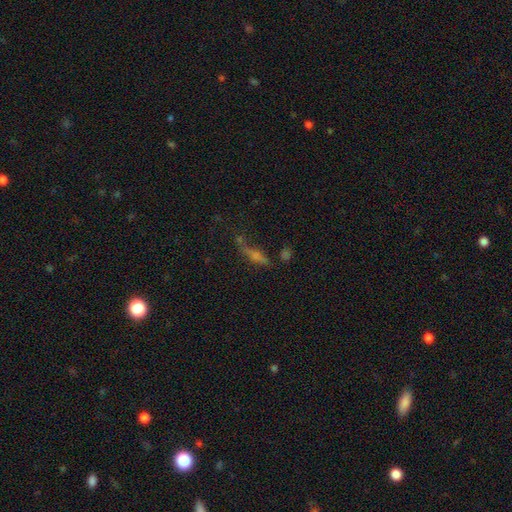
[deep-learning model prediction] The model was most divided on "smooth or featured": smooth: 50%, featured or disk: 30%, star or artifact: 20%. More confident: how rounded — cigar-shaped (64%); merging — none (57%).